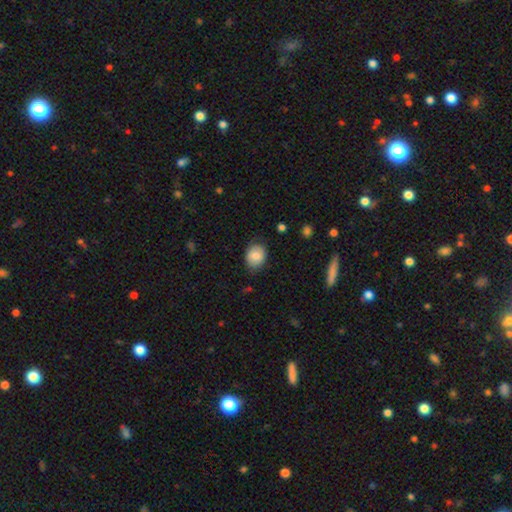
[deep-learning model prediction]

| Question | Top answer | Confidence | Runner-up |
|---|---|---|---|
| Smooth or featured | smooth | 79% | featured or disk (13%) |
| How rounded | round | 51% | in between (48%) |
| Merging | none | 79% | minor disturbance (17%) |